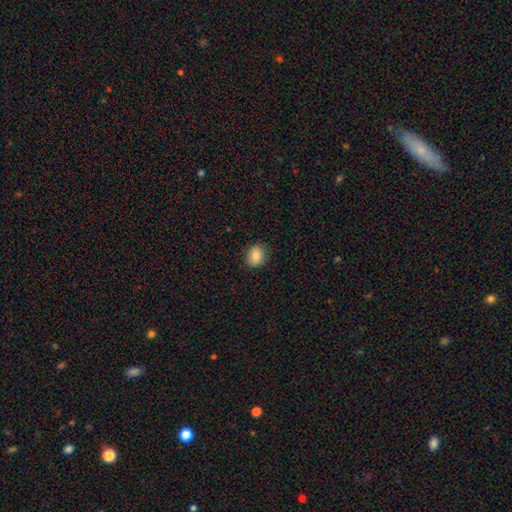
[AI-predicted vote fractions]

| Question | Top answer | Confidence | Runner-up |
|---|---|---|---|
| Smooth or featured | smooth | 84% | star or artifact (9%) |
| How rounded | round | 58% | in between (41%) |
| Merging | none | 87% | minor disturbance (10%) |